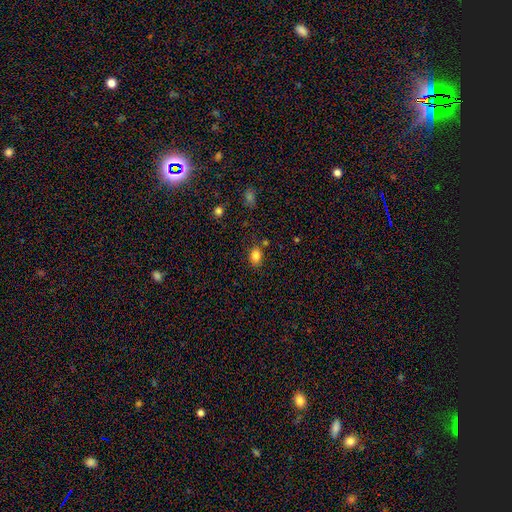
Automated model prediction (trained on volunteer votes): Smooth or featured: smooth — 84% (star or artifact — 10%)
How rounded: in between — 74% (round — 25%)
Merging: none — 76% (minor disturbance — 14%)